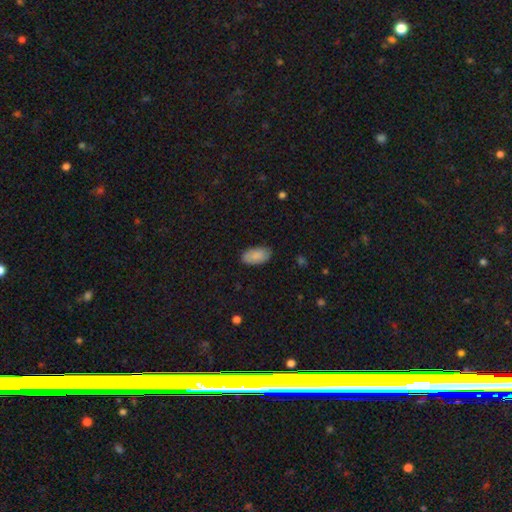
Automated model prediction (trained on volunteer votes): A smooth galaxy with no disk features (86%) that is in between round and cigar-shaped (95%).

Vote fractions:
- Smooth or featured? smooth: 86% / featured or disk: 8% / star or artifact: 6%
- How rounded? in between: 95% / round: 3% / cigar-shaped: 2%
- Merging? none: 83% / minor disturbance: 14% / major disturbance: 3% / merger: 1%